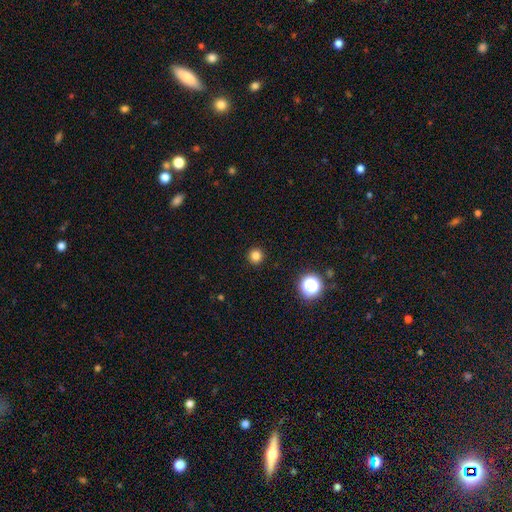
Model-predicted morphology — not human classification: A smooth galaxy with no disk features (82%) that is round (95%).

Vote fractions:
- Smooth or featured? smooth: 82% / star or artifact: 14% / featured or disk: 4%
- How rounded? round: 95% / in between: 4% / cigar-shaped: 1%
- Merging? none: 93% / minor disturbance: 4% / major disturbance: 2% / merger: 1%